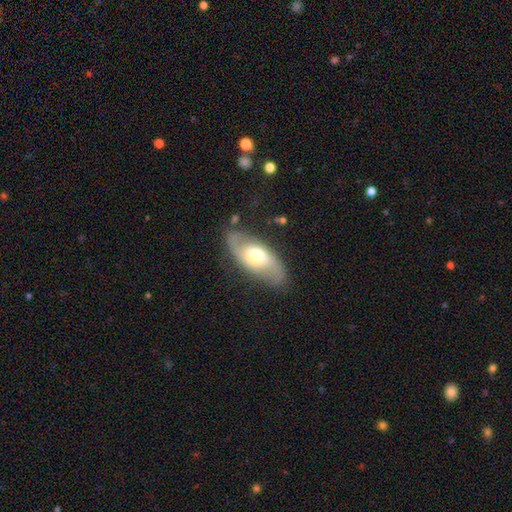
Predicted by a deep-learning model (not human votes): smooth-or-featured: featured or disk: 68% | smooth: 26% | star or artifact: 6%
  disk-edge-on: no: 90% | yes: 10%
    bar: no: 58% | weak: 32% | strong: 10%
    has-spiral-arms: yes: 84% | no: 16%
      spiral-winding: loose: 42% | medium: 41% | tight: 17%
      spiral-arm-count: 2: 87% | can't tell: 8% | 1: 2% | 3: 1% | 4: 1% | more than 4: 1%
    bulge-size: moderate: 62% | large: 20% | small: 15% | dominant: 2% | none: 1%
  merging: none: 78% | minor disturbance: 15% | major disturbance: 6% | merger: 2%